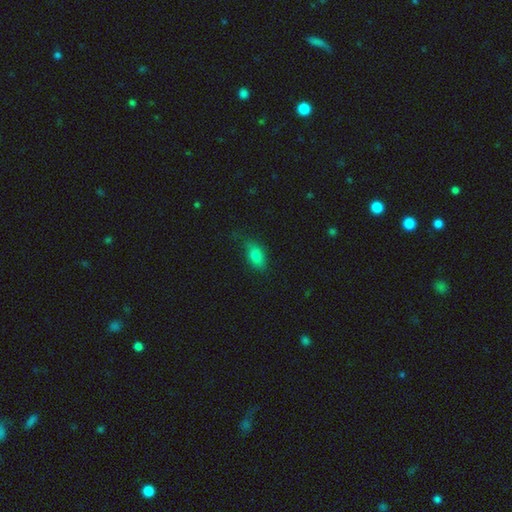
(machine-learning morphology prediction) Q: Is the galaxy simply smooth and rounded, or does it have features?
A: smooth — 82%.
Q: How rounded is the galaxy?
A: in between — 88%.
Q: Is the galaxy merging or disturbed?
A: none — 69%.